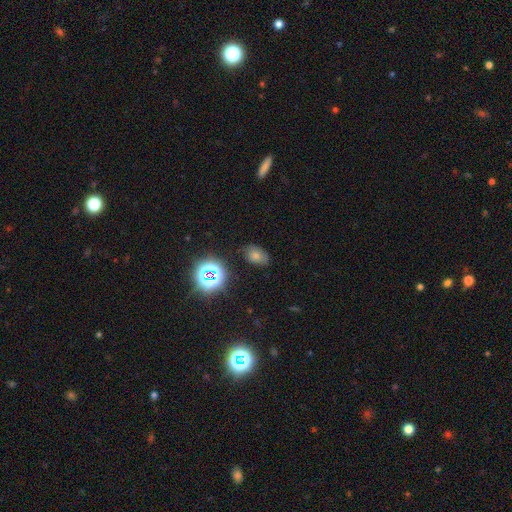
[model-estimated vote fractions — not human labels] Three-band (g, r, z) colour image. It shows a smooth galaxy with no disk features (51%) that is in between round and cigar-shaped (73%). Merging: none (81%).